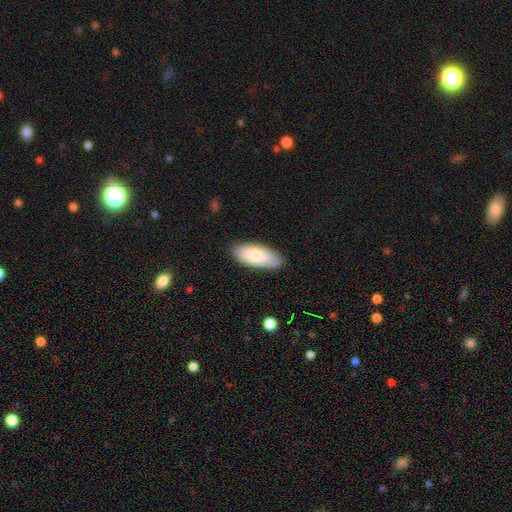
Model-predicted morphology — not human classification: type=smooth (81%); roundness=in between (85%); merging=none (85%).